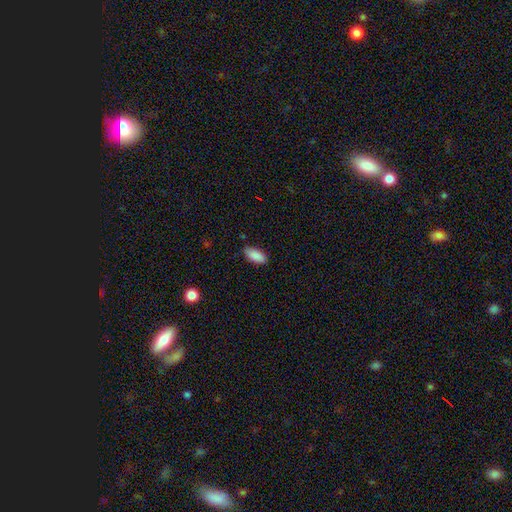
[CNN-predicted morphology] Overall: smooth (90%). How rounded: in between (89%). Merging: none (82%).